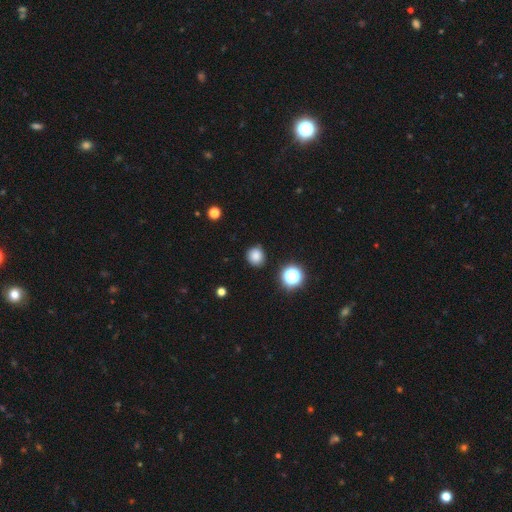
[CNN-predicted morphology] This appears to be a smooth galaxy with no disk features (81%) that is round (86%). Merging: none (86%).